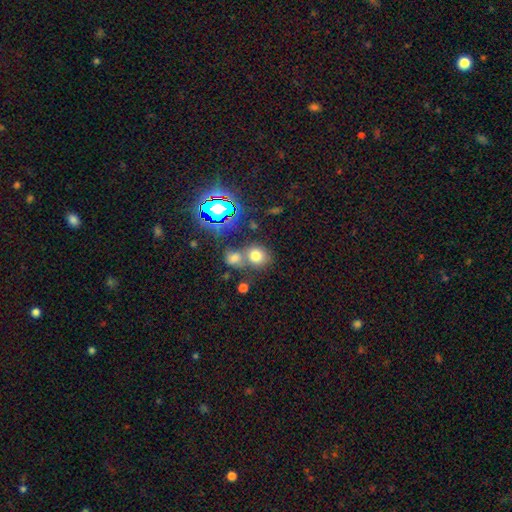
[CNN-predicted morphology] type=smooth (71%); roundness=round (76%); merging=none (52%).